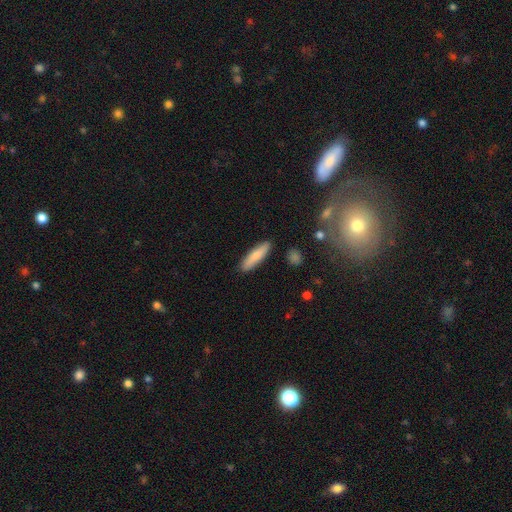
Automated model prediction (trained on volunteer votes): Smooth or featured: smooth — 80% (featured or disk — 14%)
How rounded: cigar-shaped — 76% (in between — 22%)
Merging: none — 88% (minor disturbance — 8%)